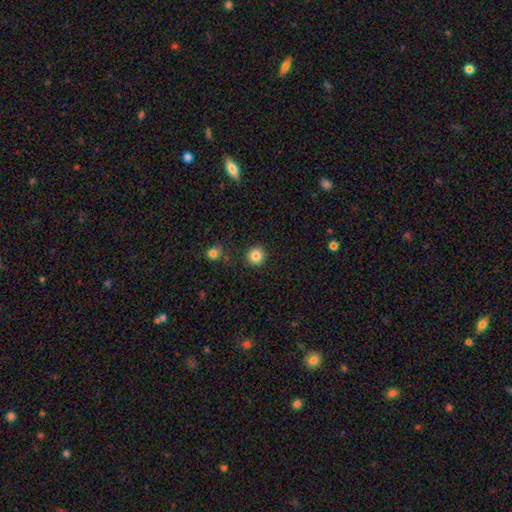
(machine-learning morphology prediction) smooth 84%, star or artifact 11%, featured or disk 5%. Down the decision tree: how rounded — round (95%); merging — none (90%).